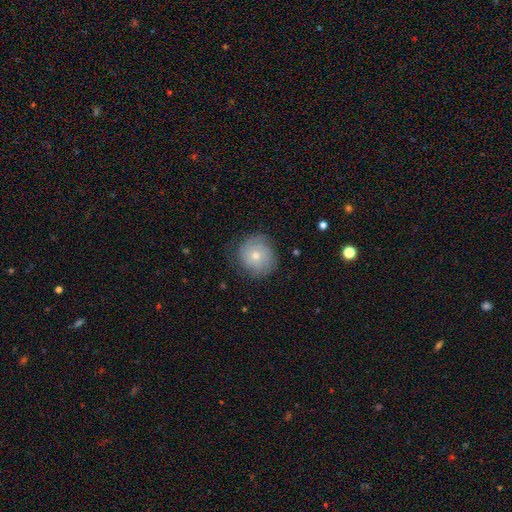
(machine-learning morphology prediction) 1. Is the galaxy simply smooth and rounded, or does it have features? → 63% smooth, 30% featured or disk, 8% star or artifact.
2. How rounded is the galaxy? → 89% round, 10% in between, 1% cigar-shaped.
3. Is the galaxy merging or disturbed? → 71% none, 21% minor disturbance, 7% major disturbance, 1% merger.